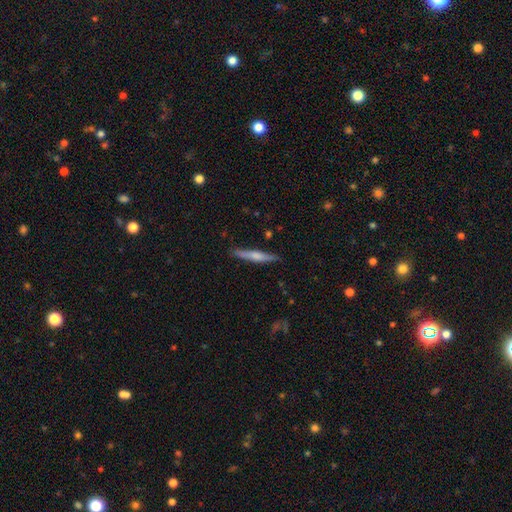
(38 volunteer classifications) A featured or disk galaxy (55%) viewed edge-on (100%) with a rounded central bulge (76%).

Vote fractions:
- Smooth or featured? featured or disk: 55% / smooth: 39% / star or artifact: 5%
- Edge-on disk? yes: 100% / no: 0%
- Edge-on bulge? rounded: 76% / none: 14% / boxy: 10%
- Merging? none: 89% / minor disturbance: 8% / major disturbance: 3% / merger: 0%